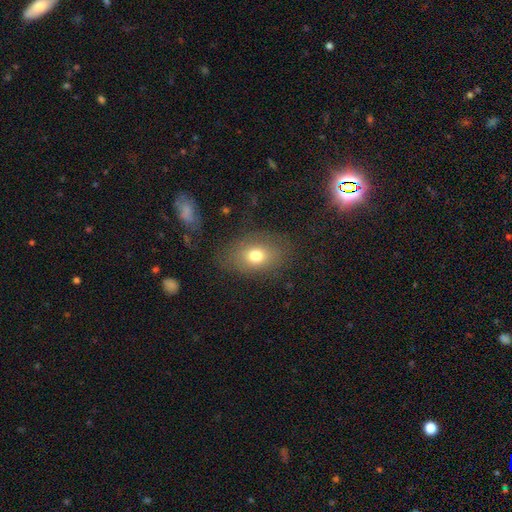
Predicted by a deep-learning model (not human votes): A smooth galaxy with no disk features (73%) that is in between round and cigar-shaped (71%). Merging: none (75%).